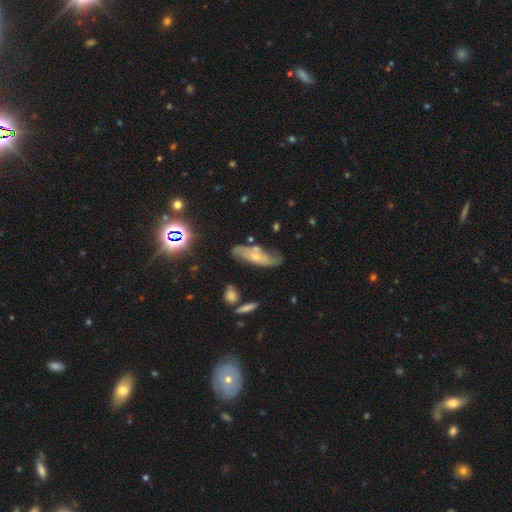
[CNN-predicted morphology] Smooth or featured?
  - featured or disk: 49% *
  - smooth: 41%
  - star or artifact: 10%
Merging?
  - none: 61% *
  - minor disturbance: 25%
  - major disturbance: 8%
  - merger: 7%